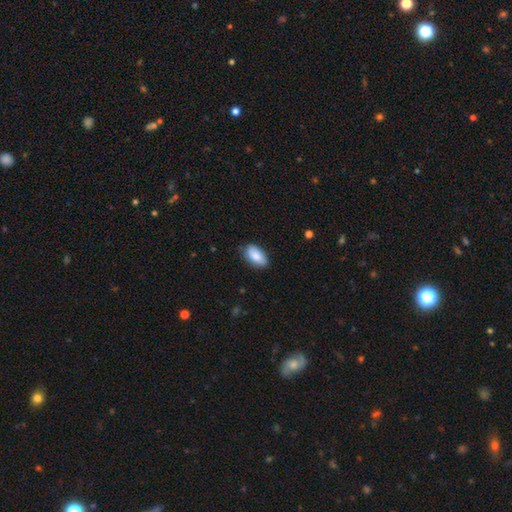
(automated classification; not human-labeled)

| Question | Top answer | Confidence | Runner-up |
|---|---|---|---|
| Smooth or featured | smooth | 84% | featured or disk (10%) |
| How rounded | in between | 94% | round (4%) |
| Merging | none | 79% | minor disturbance (17%) |